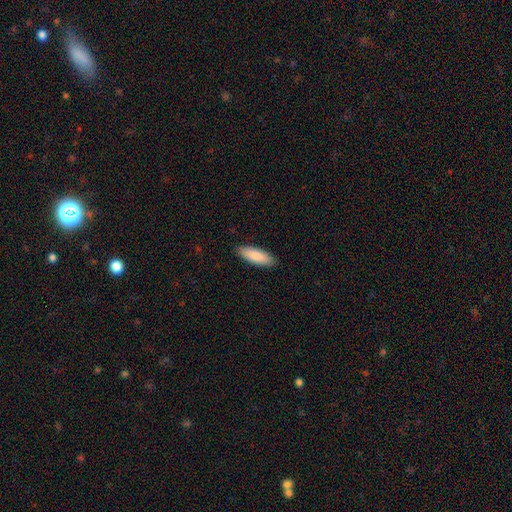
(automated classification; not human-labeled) smooth-or-featured: smooth: 87% | featured or disk: 7% | star or artifact: 5%
  how-rounded: in between: 57% | cigar-shaped: 42% | round: 1%
  merging: none: 89% | minor disturbance: 8% | major disturbance: 2% | merger: 1%